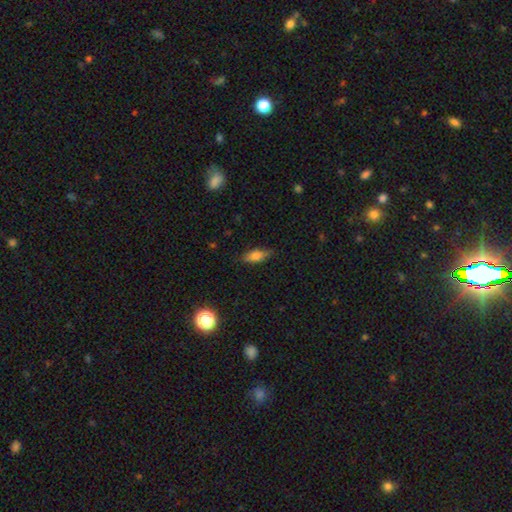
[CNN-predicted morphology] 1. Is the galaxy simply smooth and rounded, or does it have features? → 74% smooth, 17% featured or disk, 9% star or artifact.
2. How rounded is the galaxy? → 74% in between, 22% cigar-shaped, 4% round.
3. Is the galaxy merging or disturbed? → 80% none, 15% minor disturbance, 3% major disturbance, 1% merger.